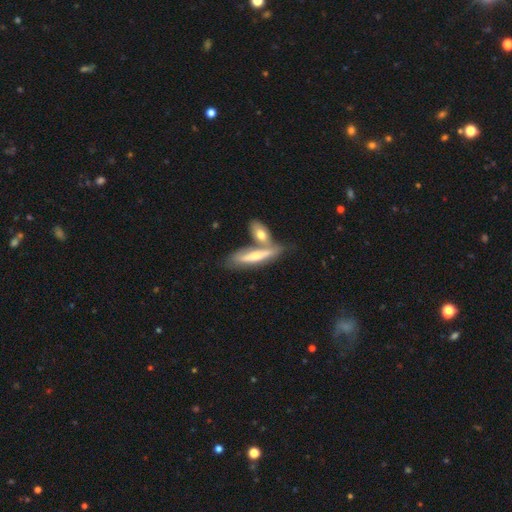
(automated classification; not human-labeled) A smooth galaxy with no disk features (48%). Merging: merger (43%).